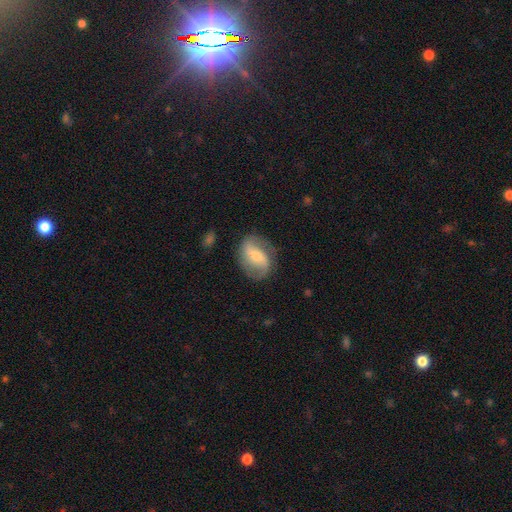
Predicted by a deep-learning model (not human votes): Smooth or featured? featured or disk (72%)
Edge-on disk? no (97%)
Bar? weak (45%)
Spiral arms? yes (90%)
Spiral winding? loose (45%)
Spiral arm count? 2 (87%)
Bulge size? moderate (47%)
Merging? none (74%)